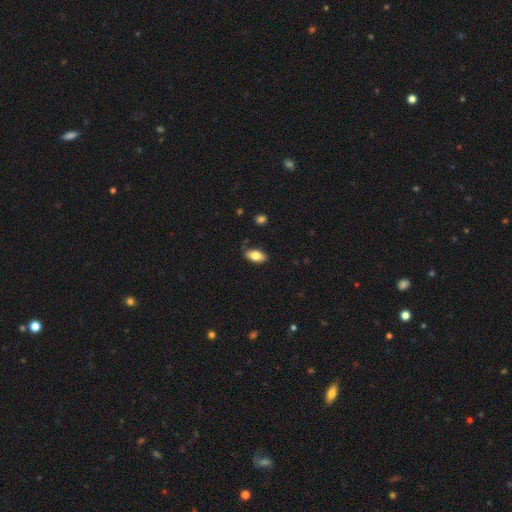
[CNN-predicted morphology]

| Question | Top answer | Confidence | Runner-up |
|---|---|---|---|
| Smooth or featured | smooth | 81% | featured or disk (12%) |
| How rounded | in between | 91% | cigar-shaped (5%) |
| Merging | none | 83% | minor disturbance (13%) |